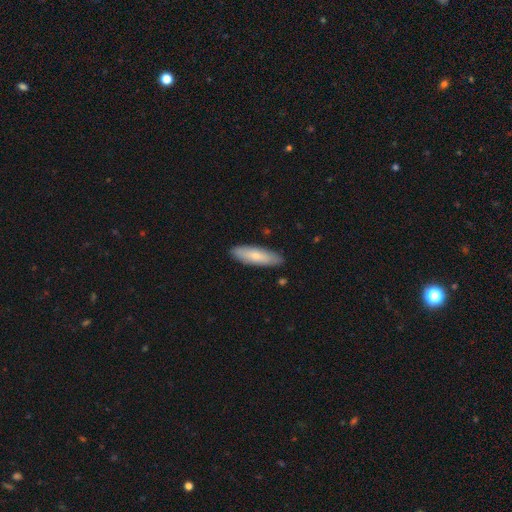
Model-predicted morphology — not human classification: type=smooth (72%); roundness=cigar-shaped (57%); merging=none (87%).